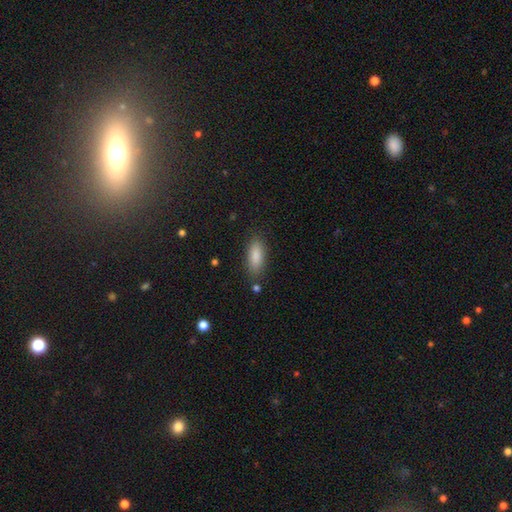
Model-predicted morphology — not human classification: Smooth or featured: smooth — 87% (star or artifact — 7%)
How rounded: in between — 76% (cigar-shaped — 22%)
Merging: none — 82% (minor disturbance — 12%)